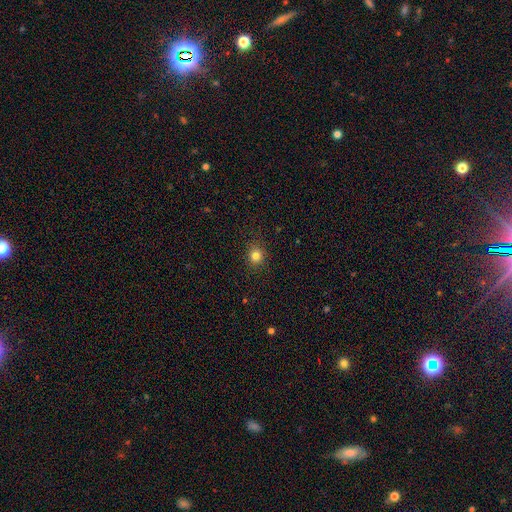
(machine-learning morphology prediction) Q: Smooth or featured?
A: smooth (82%); runner-up: star or artifact (13%)
Q: How rounded?
A: round (83%); runner-up: in between (16%)
Q: Merging?
A: none (88%); runner-up: minor disturbance (8%)